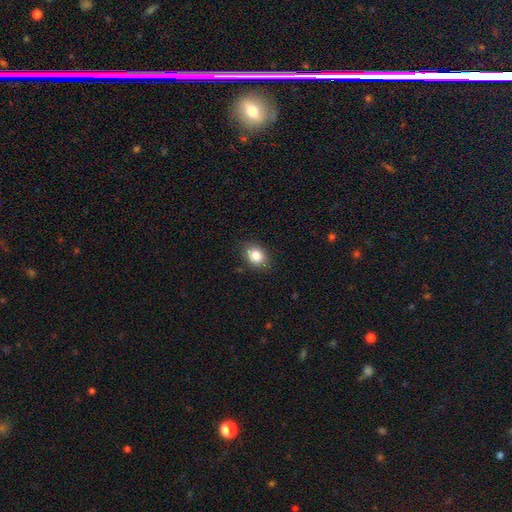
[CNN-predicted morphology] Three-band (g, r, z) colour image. It shows a smooth galaxy with no disk features (84%) that is in between round and cigar-shaped (62%). Merging: none (85%).